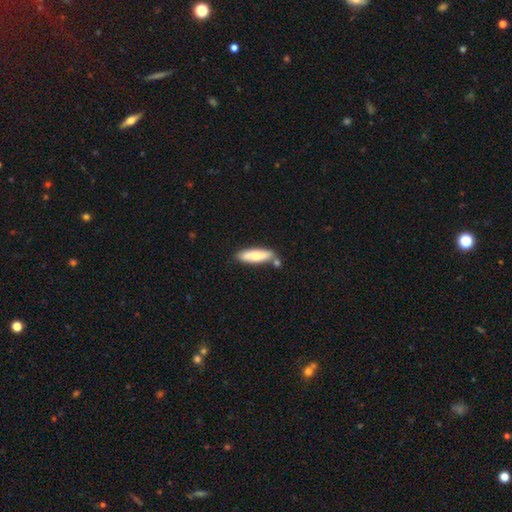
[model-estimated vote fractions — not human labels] smooth 69%, featured or disk 26%, star or artifact 5%. Down the decision tree: how rounded — cigar-shaped (63%); merging — none (74%).